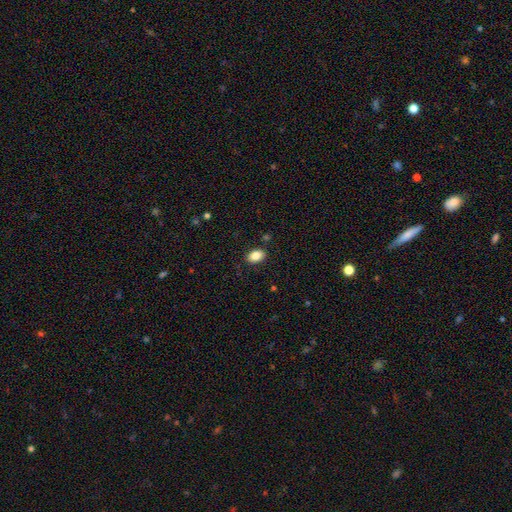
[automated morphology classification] This appears to be a smooth galaxy with no disk features (86%) that is in between round and cigar-shaped (84%). Merging: none (88%).